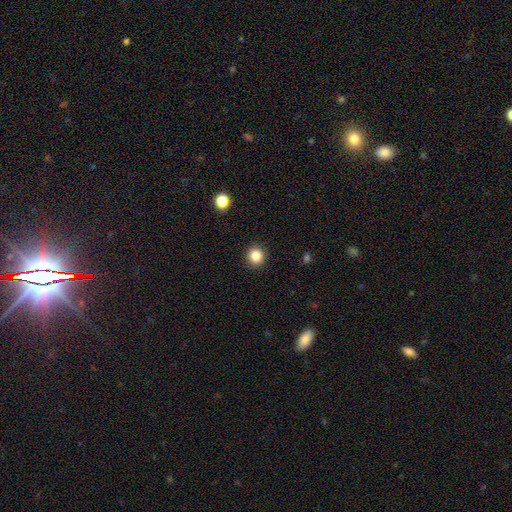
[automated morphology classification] The model was most divided on "smooth or featured": smooth: 85%, star or artifact: 11%, featured or disk: 4%. More confident: how rounded — round (93%); merging — none (92%).